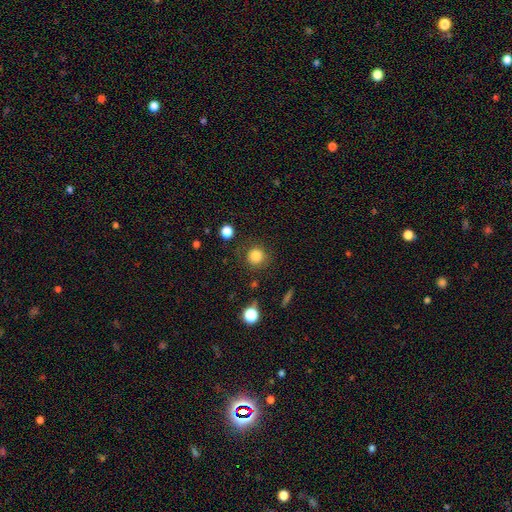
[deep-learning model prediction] Smooth or featured: smooth — 82% (star or artifact — 12%)
How rounded: round — 93% (in between — 6%)
Merging: none — 83% (minor disturbance — 11%)